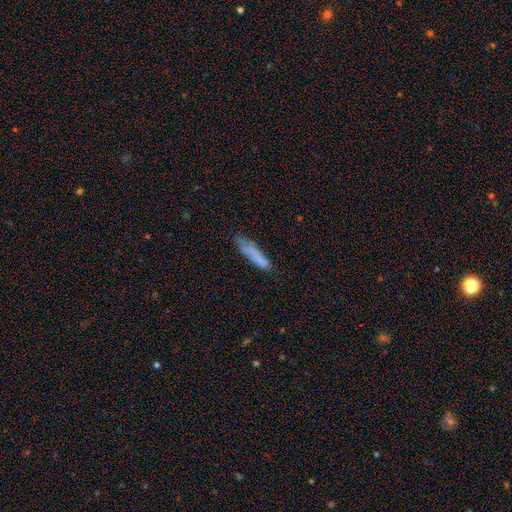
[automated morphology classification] Smooth or featured? smooth (75%)
How rounded? cigar-shaped (83%)
Merging? none (60%)